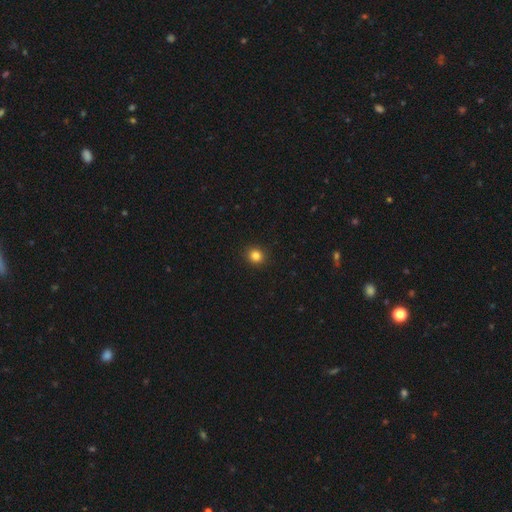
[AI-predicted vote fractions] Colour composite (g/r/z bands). It shows a smooth galaxy with no disk features (84%) that is round (85%). Merging: none (92%).